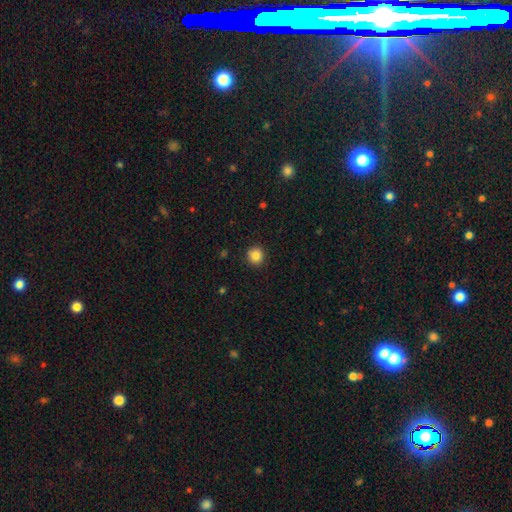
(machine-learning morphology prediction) Q: Smooth or featured?
A: smooth (85%); runner-up: star or artifact (10%)
Q: How rounded?
A: round (91%); runner-up: in between (8%)
Q: Merging?
A: none (89%); runner-up: minor disturbance (8%)